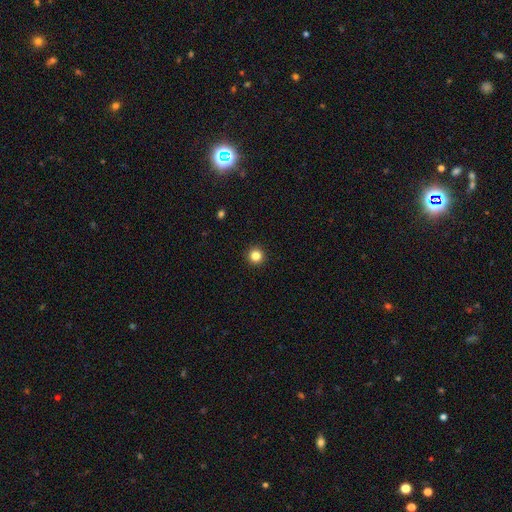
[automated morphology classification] A smooth galaxy with no disk features (84%) that is round (96%). Merging: none (93%).